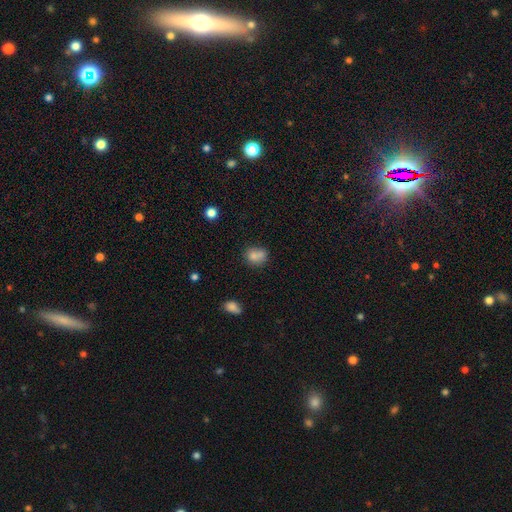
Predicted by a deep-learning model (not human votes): smooth_or_featured: smooth (p=0.77) [alt: featured or disk p=0.12]
how_rounded: round (p=0.60) [alt: in between p=0.39]
merging: none (p=0.43) [alt: merger p=0.36]